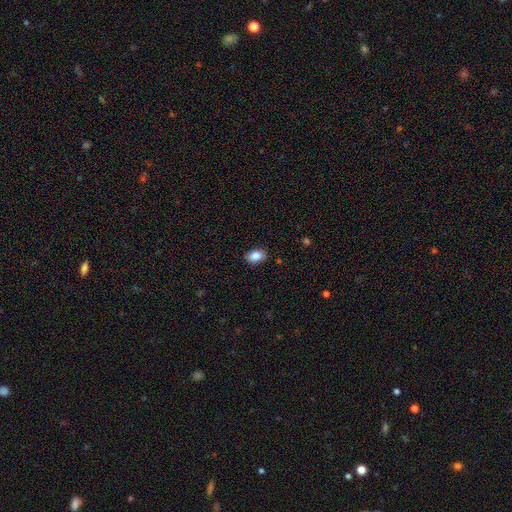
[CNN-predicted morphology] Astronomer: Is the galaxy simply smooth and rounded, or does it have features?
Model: smooth — 85%.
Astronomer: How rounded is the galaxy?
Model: in between — 86%.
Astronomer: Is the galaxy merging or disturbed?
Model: none — 87%.